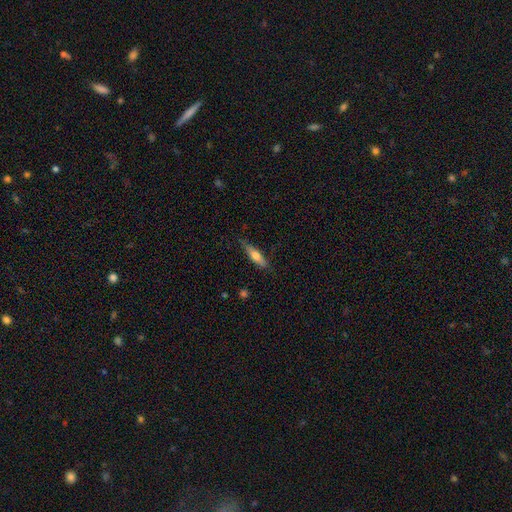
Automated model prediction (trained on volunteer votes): Smooth or featured?
  - smooth: 62% *
  - featured or disk: 32%
  - star or artifact: 6%
How rounded?
  - cigar-shaped: 68% *
  - in between: 30%
  - round: 2%
Merging?
  - none: 76% *
  - minor disturbance: 19%
  - major disturbance: 4%
  - merger: 1%